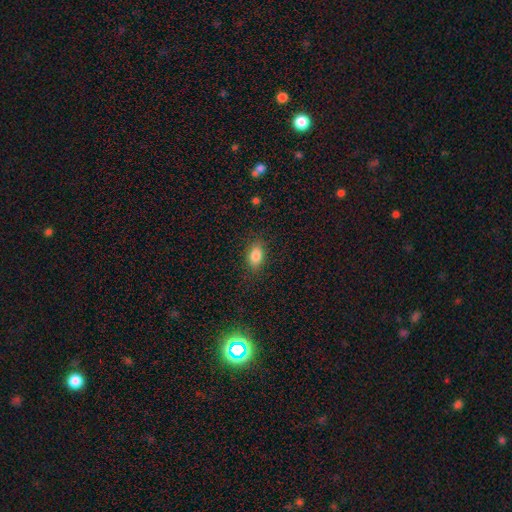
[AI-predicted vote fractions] Smooth or featured?
  - smooth: 83% *
  - star or artifact: 9%
  - featured or disk: 8%
How rounded?
  - in between: 86% *
  - round: 11%
  - cigar-shaped: 4%
Merging?
  - none: 85% *
  - minor disturbance: 11%
  - major disturbance: 3%
  - merger: 1%